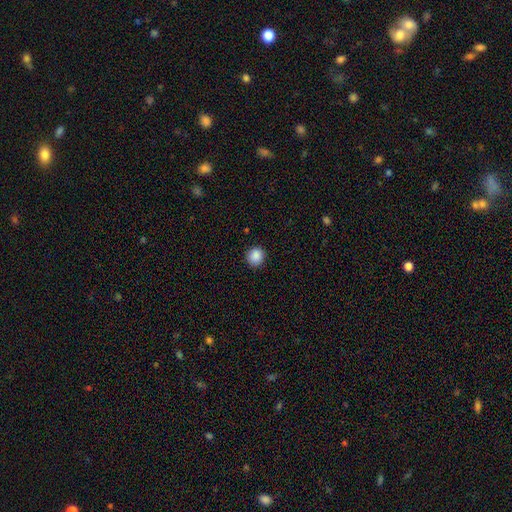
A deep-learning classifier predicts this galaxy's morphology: smooth-or-featured: smooth: 88% | star or artifact: 9% | featured or disk: 3%
  how-rounded: round: 91% | in between: 8% | cigar-shaped: 1%
  merging: none: 91% | minor disturbance: 6% | major disturbance: 2% | merger: 1%